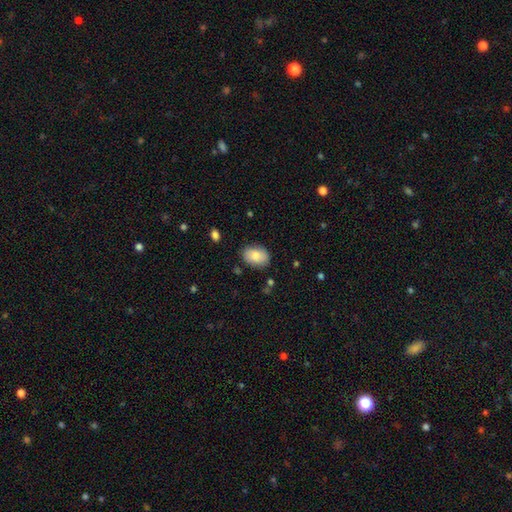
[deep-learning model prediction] Smooth or featured: smooth — 82% (featured or disk — 11%)
How rounded: in between — 81% (round — 18%)
Merging: none — 82% (minor disturbance — 13%)